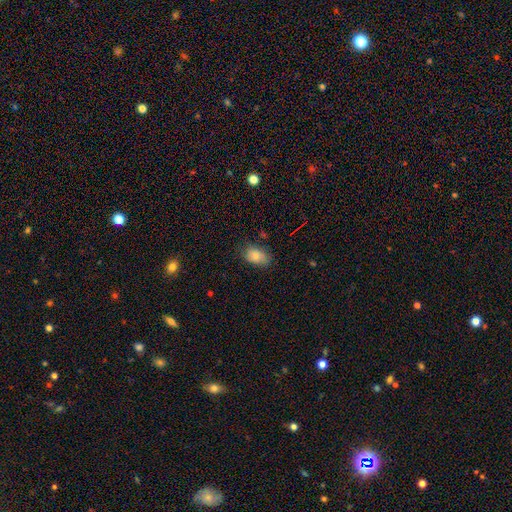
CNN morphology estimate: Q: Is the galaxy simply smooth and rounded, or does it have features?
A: smooth — 82%.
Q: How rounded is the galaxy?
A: in between — 88%.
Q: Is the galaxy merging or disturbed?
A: none — 66%.